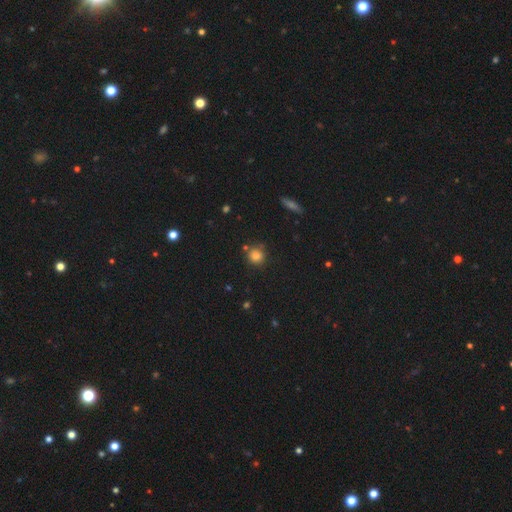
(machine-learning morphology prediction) smooth_or_featured: smooth (p=0.80) [alt: star or artifact p=0.13]
how_rounded: round (p=0.89) [alt: in between p=0.10]
merging: none (p=0.75) [alt: minor disturbance p=0.13]